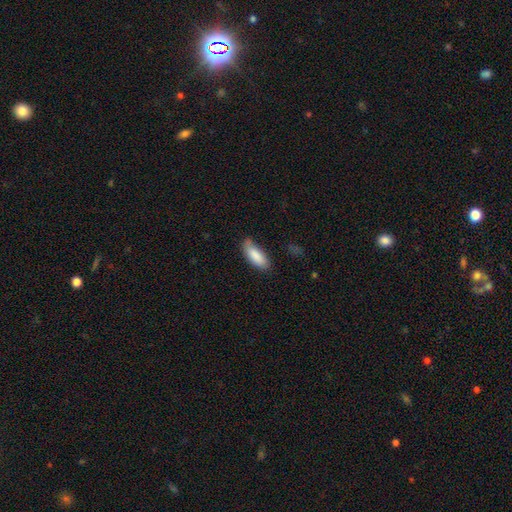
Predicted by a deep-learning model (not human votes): This is clearly a smooth galaxy (86%). How rounded: likely in between (76%). Merging: likely none (66%).